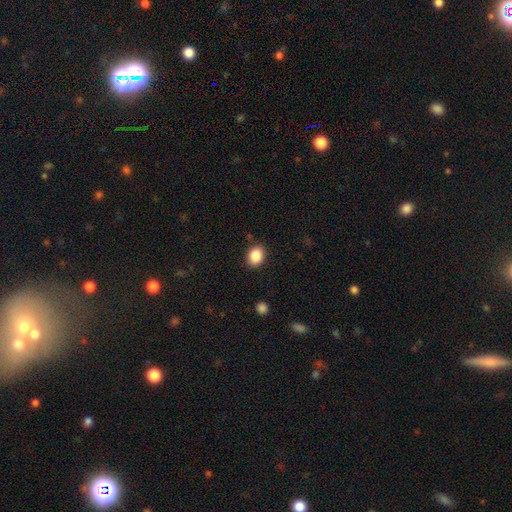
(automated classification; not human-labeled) This appears to be a smooth galaxy with no disk features (87%) that is in between round and cigar-shaped (52%). Merging: none (88%).